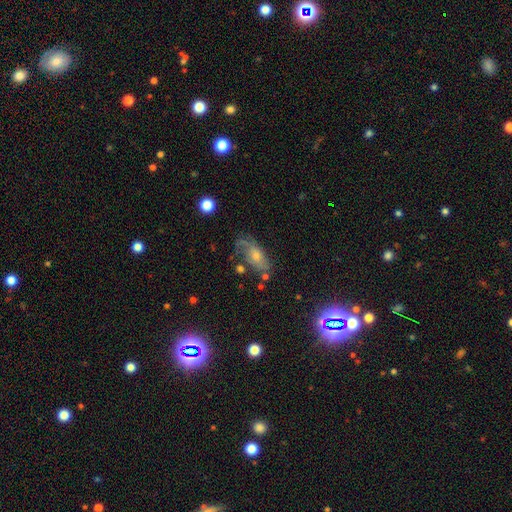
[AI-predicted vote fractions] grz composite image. It shows a featured or disk galaxy (52%). Merging: none (49%).